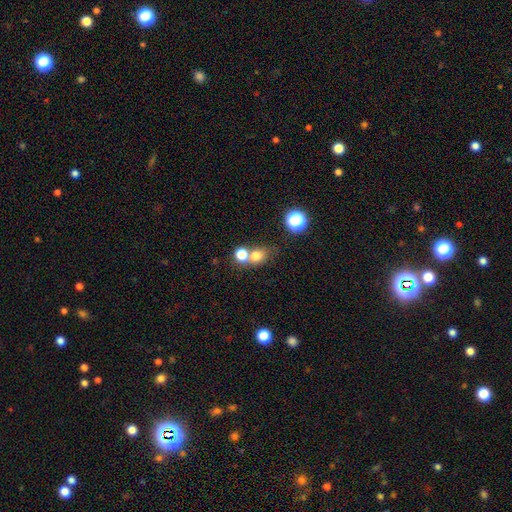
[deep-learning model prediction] The model was most divided on "merging": none: 49%, merger: 37%, minor disturbance: 9%, major disturbance: 4%. More confident: smooth or featured — smooth (74%); how rounded — round (63%).